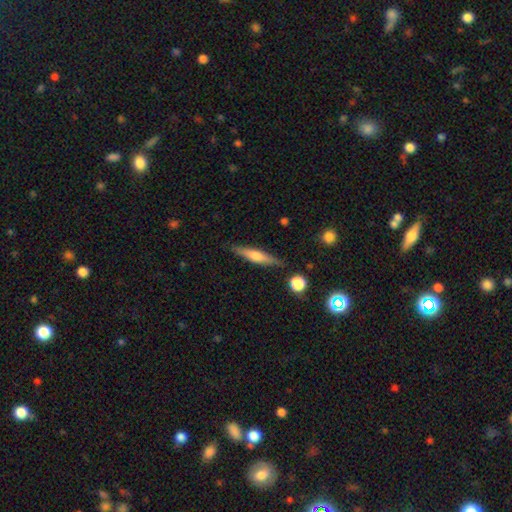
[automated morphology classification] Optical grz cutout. It shows a featured or disk galaxy (47%). Merging: none (85%).